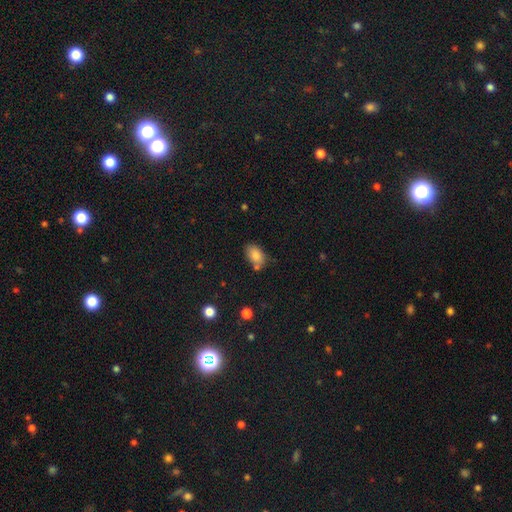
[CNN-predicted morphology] A smooth galaxy with no disk features (84%) that is in between round and cigar-shaped (89%). Merging: none (67%).